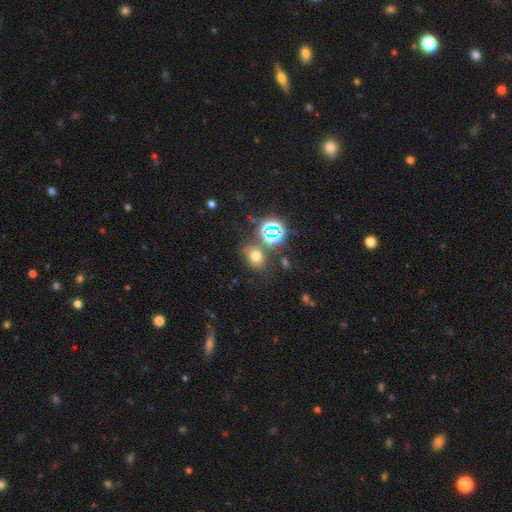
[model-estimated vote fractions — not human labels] A smooth galaxy with no disk features (61%) that is round (58%). Merging: none (71%).